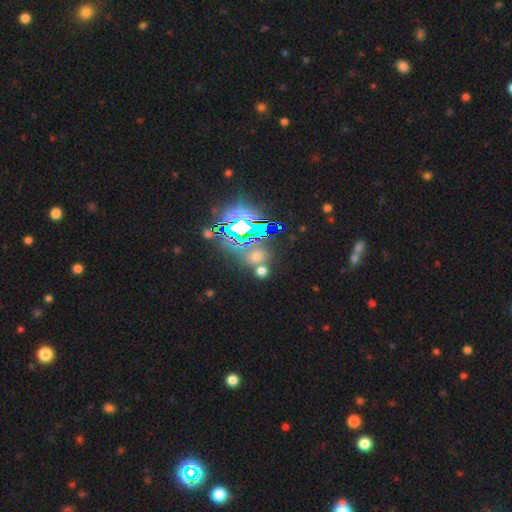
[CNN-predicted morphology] Smooth or featured? Predicted: star or artifact (p=0.54).